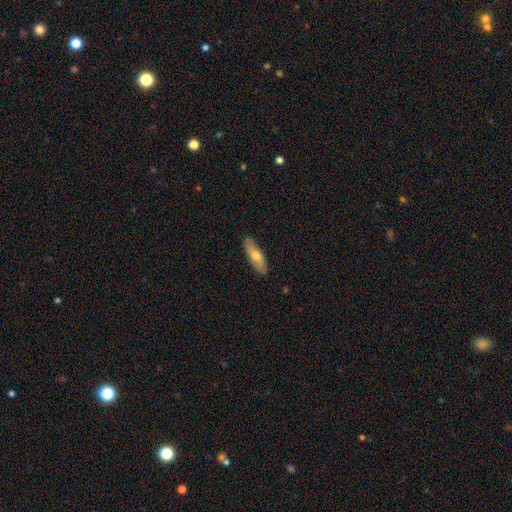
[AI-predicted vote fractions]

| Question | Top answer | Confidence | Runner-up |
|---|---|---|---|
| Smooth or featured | smooth | 62% | featured or disk (32%) |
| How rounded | cigar-shaped | 51% | in between (47%) |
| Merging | none | 88% | minor disturbance (9%) |